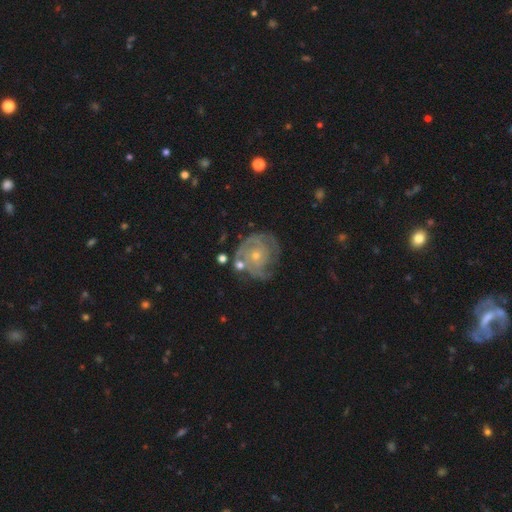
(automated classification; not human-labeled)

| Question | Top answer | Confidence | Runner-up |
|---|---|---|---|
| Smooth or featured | featured or disk | 80% | smooth (12%) |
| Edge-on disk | no | 97% | yes (3%) |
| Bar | no | 81% | weak (16%) |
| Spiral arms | yes | 89% | no (11%) |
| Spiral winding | tight | 71% | medium (22%) |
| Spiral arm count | can't tell | 36% | 2 (26%) |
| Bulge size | small | 68% | moderate (29%) |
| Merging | none | 64% | minor disturbance (21%) |